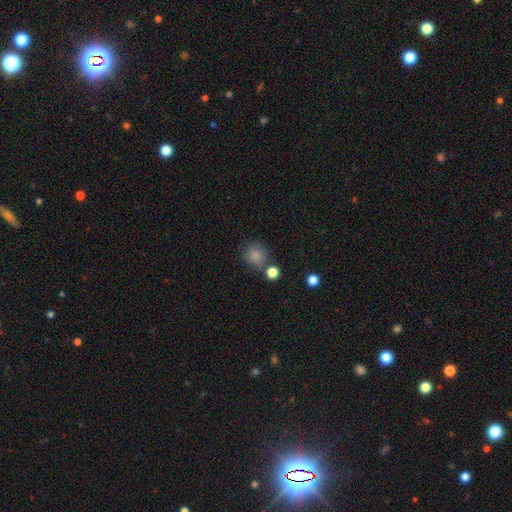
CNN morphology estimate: Overall: smooth (84%). How rounded: round (85%). Merging: none (70%).